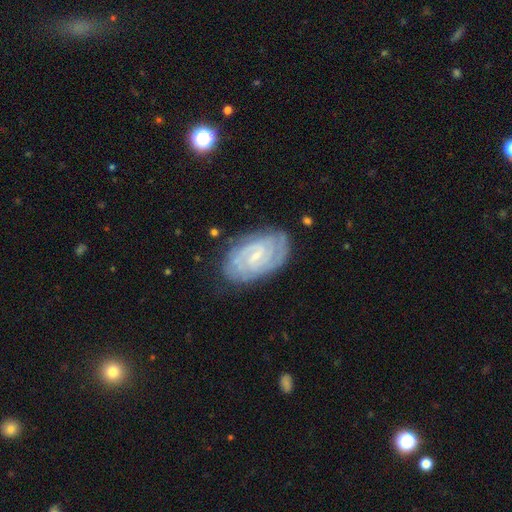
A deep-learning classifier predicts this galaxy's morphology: Overall: featured or disk (85%). Edge-on disk: no (97%). Bar: weak (53%; no 31%). Spiral arms: yes (97%). Spiral arm count: 2 (50%; can't tell 20%). Spiral winding: tight (72%). Bulge size: small (75%). Merging: none (79%).